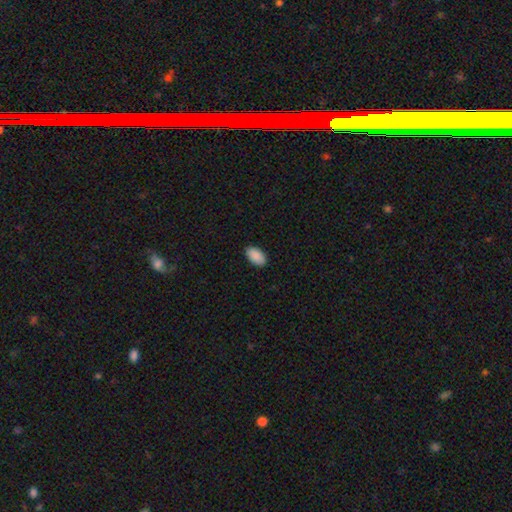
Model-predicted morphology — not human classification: The model was most divided on "merging": none: 88%, minor disturbance: 9%, major disturbance: 2%, merger: 1%. More confident: how rounded — in between (95%); smooth or featured — smooth (91%).